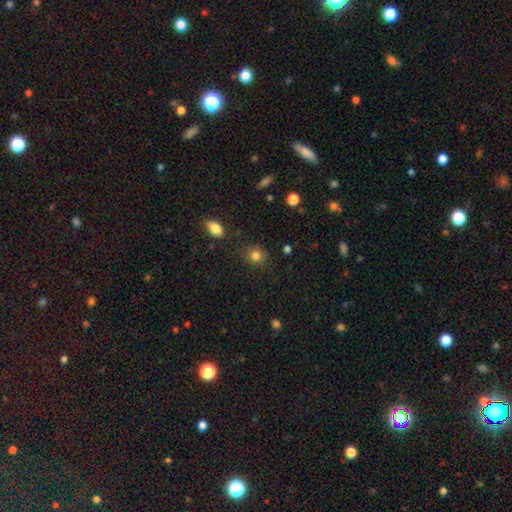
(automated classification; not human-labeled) A smooth galaxy with no disk features (83%) that is round (73%). Merging: none (81%).